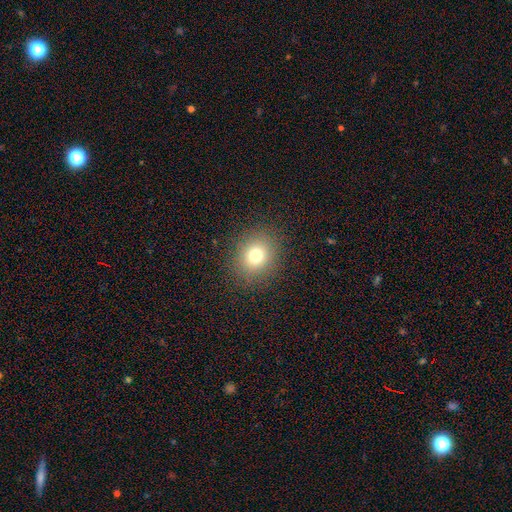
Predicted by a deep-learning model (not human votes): smooth_or_featured: smooth (p=0.75) [alt: star or artifact p=0.15]
how_rounded: round (p=0.75) [alt: in between p=0.24]
merging: none (p=0.89) [alt: minor disturbance p=0.07]